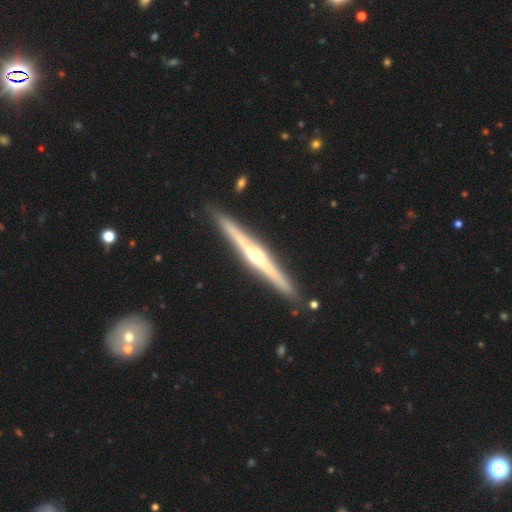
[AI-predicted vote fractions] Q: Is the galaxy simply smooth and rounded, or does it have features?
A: featured or disk — 84%.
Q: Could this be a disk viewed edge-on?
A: yes — 98%.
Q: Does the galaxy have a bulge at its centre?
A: rounded — 88%.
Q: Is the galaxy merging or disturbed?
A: none — 91%.